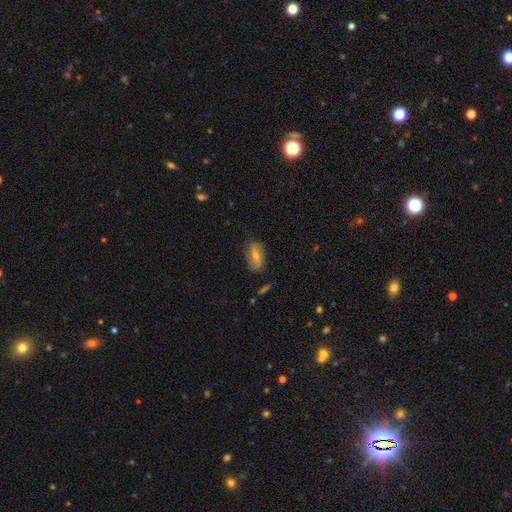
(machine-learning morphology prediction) featured or disk 44%, smooth 43%, star or artifact 13%. Down the decision tree: merging — none (80%).